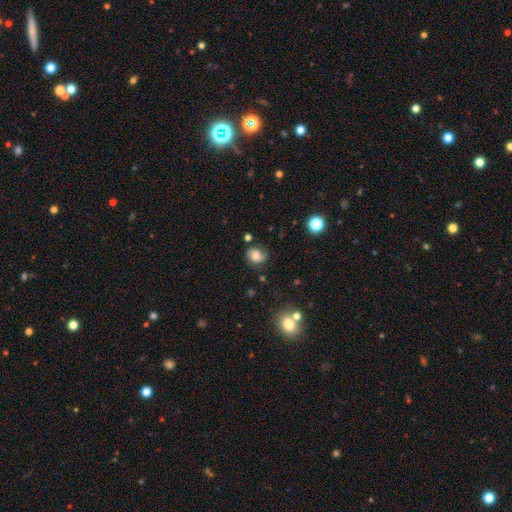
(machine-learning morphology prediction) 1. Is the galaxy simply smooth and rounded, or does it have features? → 66% smooth, 23% featured or disk, 12% star or artifact.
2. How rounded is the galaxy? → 59% round, 40% in between, 1% cigar-shaped.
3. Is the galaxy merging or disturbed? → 64% none, 25% minor disturbance, 9% major disturbance, 3% merger.